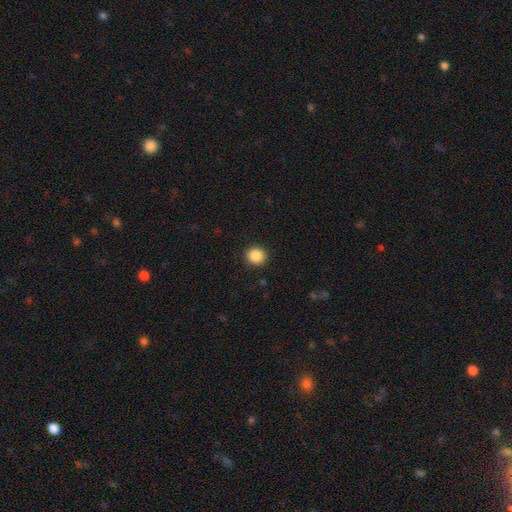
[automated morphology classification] type=smooth (88%); roundness=round (89%); merging=none (92%).